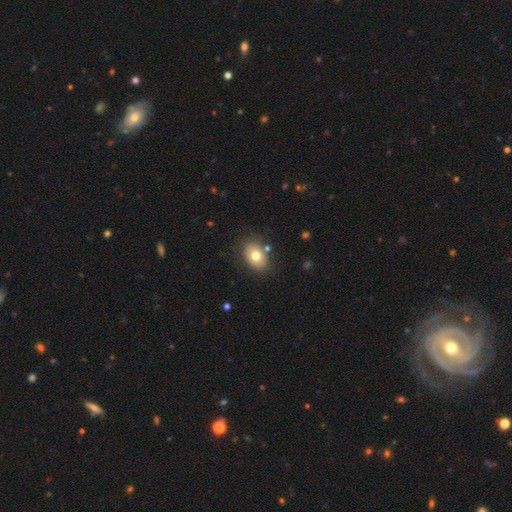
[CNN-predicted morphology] Q: Smooth or featured?
A: smooth (77%); runner-up: featured or disk (14%)
Q: How rounded?
A: in between (73%); runner-up: round (26%)
Q: Merging?
A: none (80%); runner-up: minor disturbance (12%)